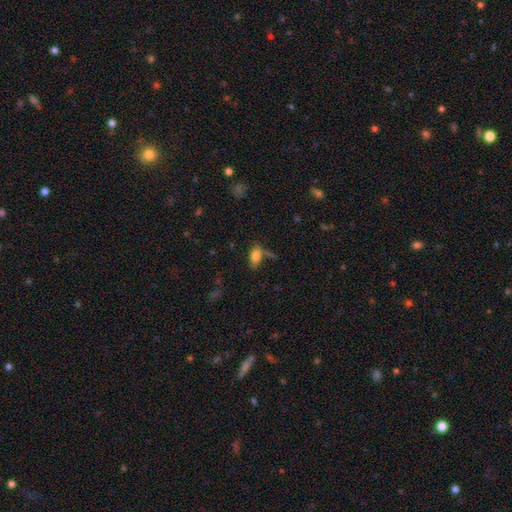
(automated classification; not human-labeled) This appears to be a smooth galaxy with no disk features (77%) that is in between round and cigar-shaped (86%). Merging: none (54%).